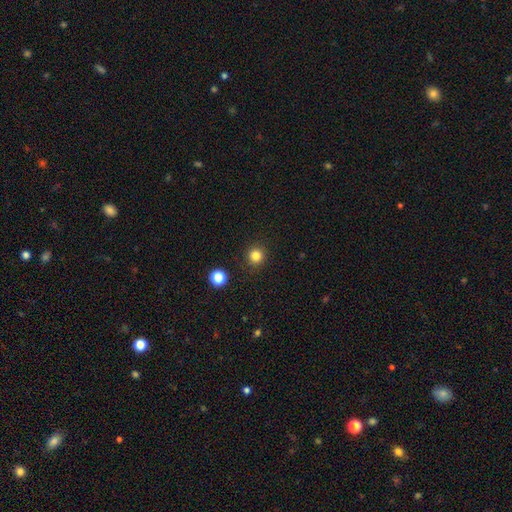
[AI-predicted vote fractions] Morphology: type=smooth (82%); roundness=round (93%); merging=none (91%).